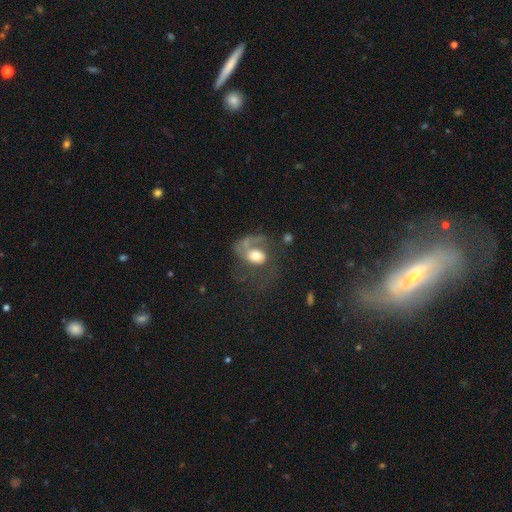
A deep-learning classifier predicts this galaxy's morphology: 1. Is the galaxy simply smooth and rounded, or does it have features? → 57% featured or disk, 34% smooth, 9% star or artifact.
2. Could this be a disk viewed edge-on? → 97% no, 3% yes.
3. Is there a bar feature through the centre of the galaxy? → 74% no, 21% weak, 4% strong.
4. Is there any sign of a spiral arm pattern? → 72% yes, 28% no.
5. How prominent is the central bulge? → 59% moderate, 26% large, 10% small, 3% dominant, 2% none.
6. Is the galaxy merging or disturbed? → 49% major disturbance, 28% none, 16% minor disturbance, 7% merger.